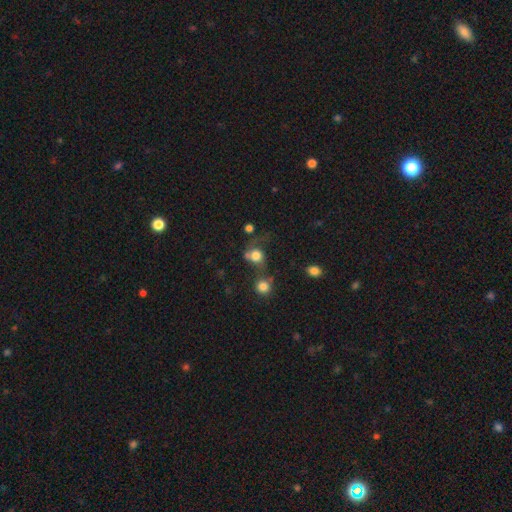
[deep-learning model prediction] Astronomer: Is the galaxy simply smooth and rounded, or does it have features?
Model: smooth — 71%.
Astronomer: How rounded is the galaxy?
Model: round — 76%.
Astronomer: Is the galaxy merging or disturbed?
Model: none — 34% (runner-up: merger, 26%).